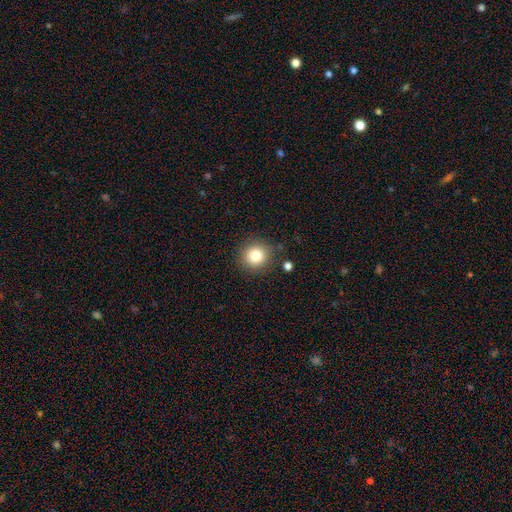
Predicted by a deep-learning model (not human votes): Smooth or featured? Predicted: smooth (p=0.81). How rounded? Predicted: round (p=0.93). Merging? Predicted: none (p=0.85).